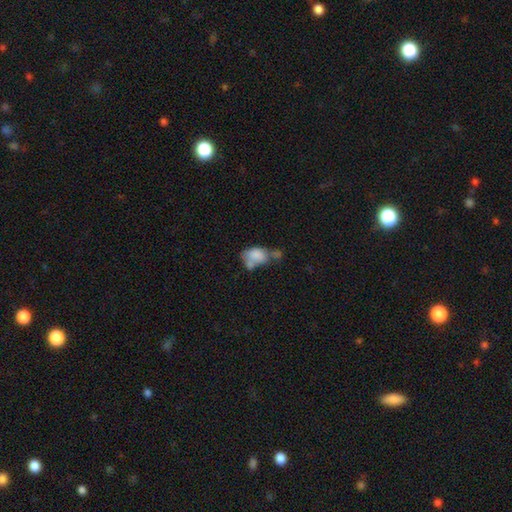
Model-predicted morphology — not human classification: type=smooth (70%); roundness=in between (83%); merging=merger (43%).